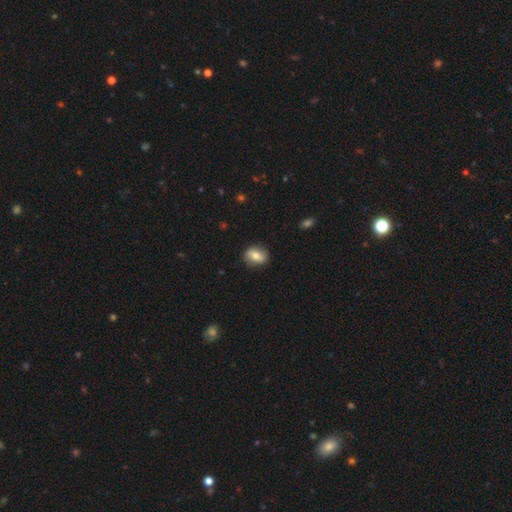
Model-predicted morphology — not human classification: This is likely a smooth galaxy (67%). How rounded: likely in between (62%). Merging: clearly none (84%).